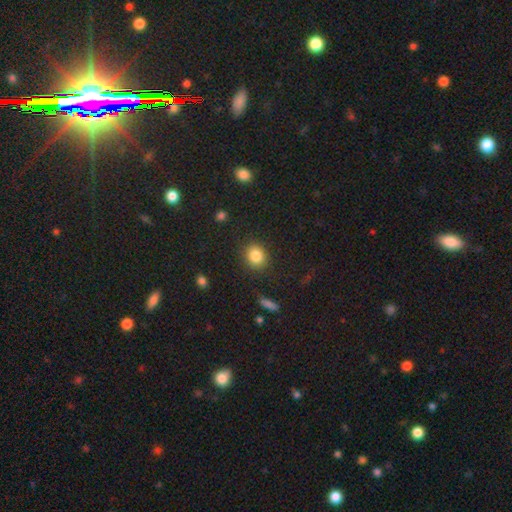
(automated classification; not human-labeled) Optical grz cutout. It shows a smooth galaxy with no disk features (84%) that is round (75%). Merging: none (87%).